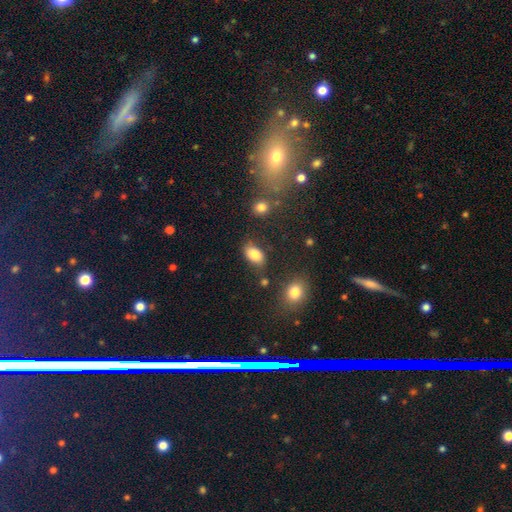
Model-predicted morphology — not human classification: This is clearly a smooth galaxy (84%). How rounded: clearly in between (89%). Merging: likely none (73%).